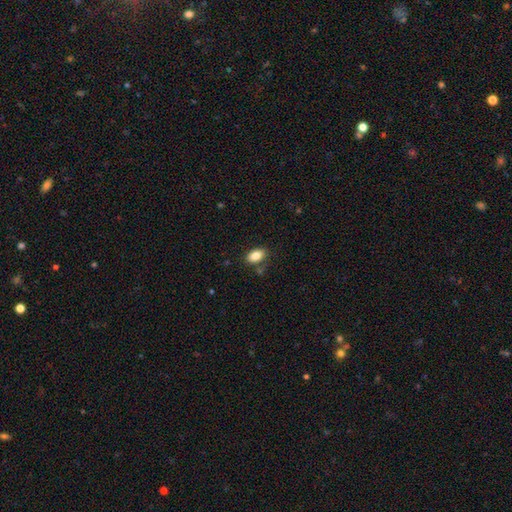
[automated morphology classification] The model was most divided on "merging": none: 79%, minor disturbance: 12%, merger: 5%, major disturbance: 3%. More confident: how rounded — in between (92%); smooth or featured — smooth (85%).